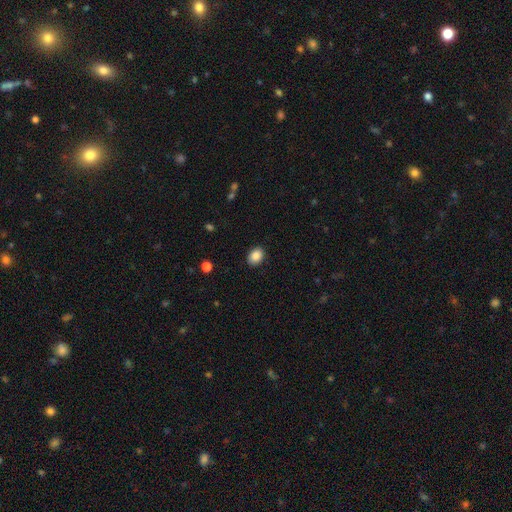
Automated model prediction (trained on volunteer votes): Smooth or featured? smooth (88%)
How rounded? in between (66%)
Merging? none (89%)